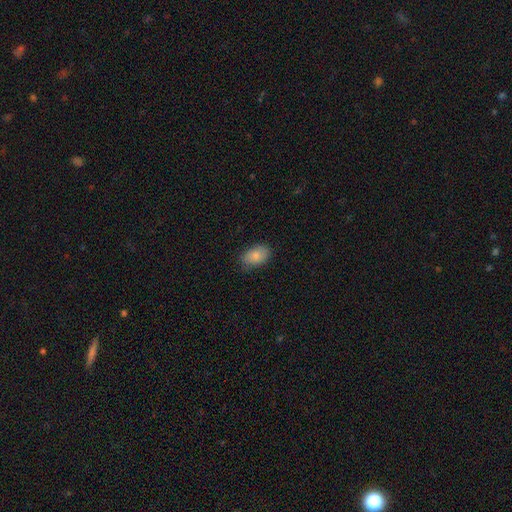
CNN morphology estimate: Smooth or featured?
  - smooth: 84% *
  - featured or disk: 9%
  - star or artifact: 7%
How rounded?
  - in between: 89% *
  - round: 9%
  - cigar-shaped: 1%
Merging?
  - none: 78% *
  - minor disturbance: 18%
  - major disturbance: 3%
  - merger: 1%